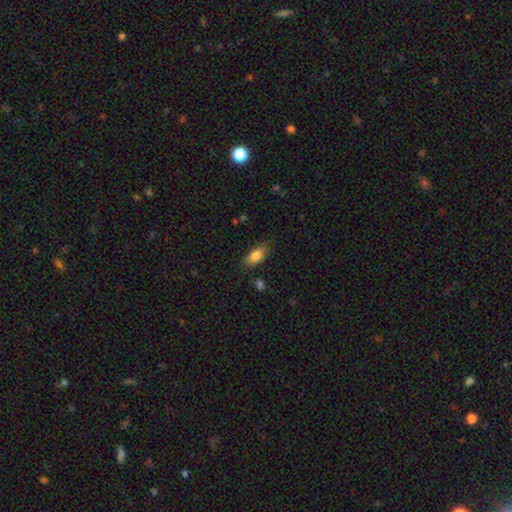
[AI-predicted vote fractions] smooth 82%, featured or disk 10%, star or artifact 8%. Down the decision tree: how rounded — in between (88%); merging — none (73%).